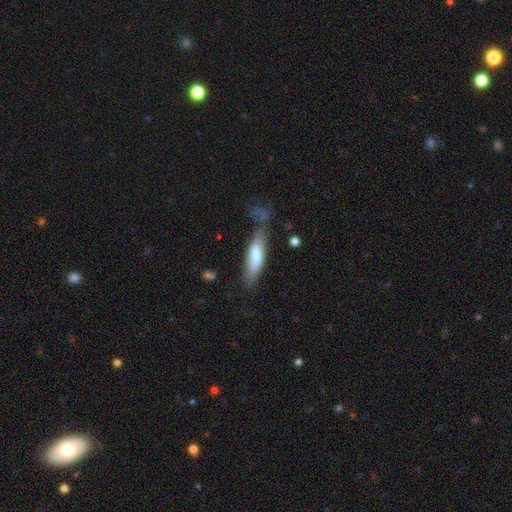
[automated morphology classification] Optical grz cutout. It shows a smooth galaxy with no disk features (74%) that is cigar-shaped (62%). Merging: none (52%).